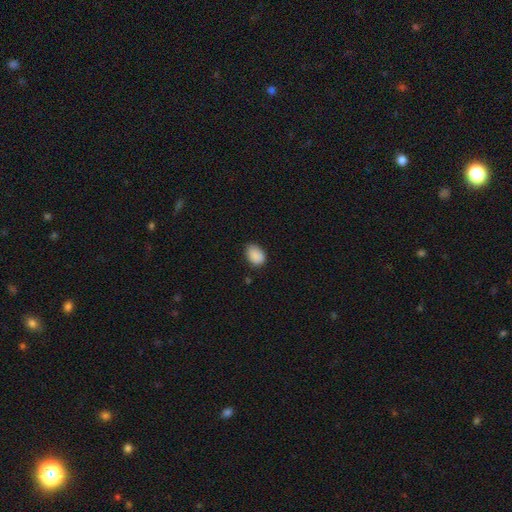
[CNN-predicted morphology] This appears to be a smooth galaxy with no disk features (89%) that is in between round and cigar-shaped (80%). Merging: none (72%).